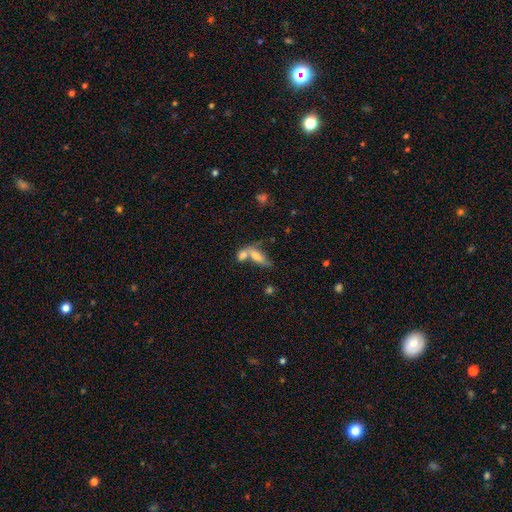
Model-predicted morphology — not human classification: smooth-or-featured: smooth: 68% | featured or disk: 23% | star or artifact: 10%
  how-rounded: in between: 65% | cigar-shaped: 30% | round: 5%
  merging: merger: 52% | none: 30% | minor disturbance: 11% | major disturbance: 7%